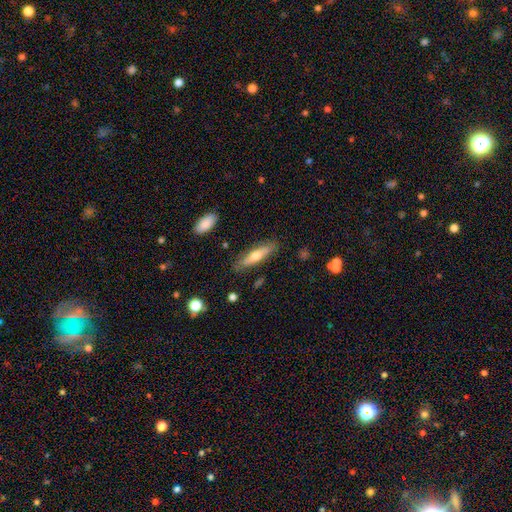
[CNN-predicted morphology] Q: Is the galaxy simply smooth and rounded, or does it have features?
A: smooth — 56%.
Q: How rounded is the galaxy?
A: cigar-shaped — 70%.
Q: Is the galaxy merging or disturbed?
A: none — 83%.